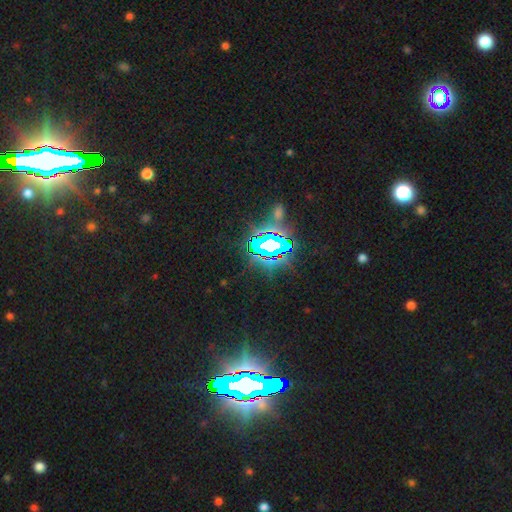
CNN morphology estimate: smooth_or_featured: star or artifact (p=0.84) [alt: featured or disk p=0.08]